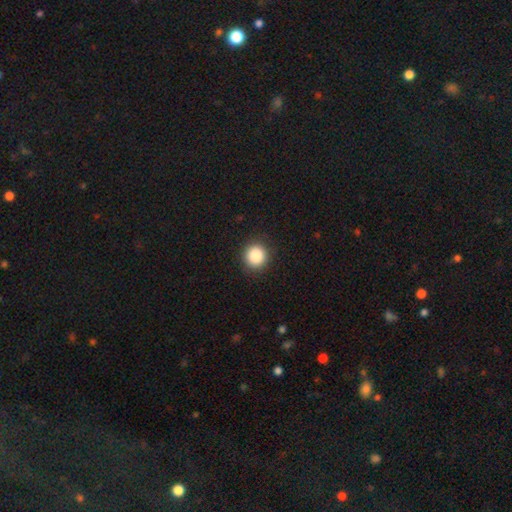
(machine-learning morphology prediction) This appears to be a smooth galaxy with no disk features (87%) that is round (93%). Merging: none (91%).